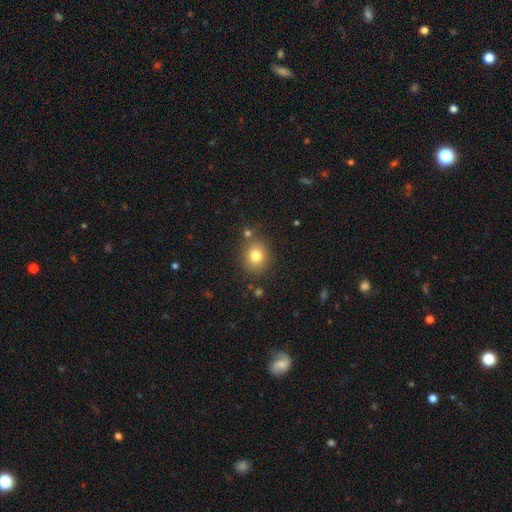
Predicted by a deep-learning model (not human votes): This is likely a smooth galaxy (78%). How rounded: likely round (77%). Merging: clearly none (80%).